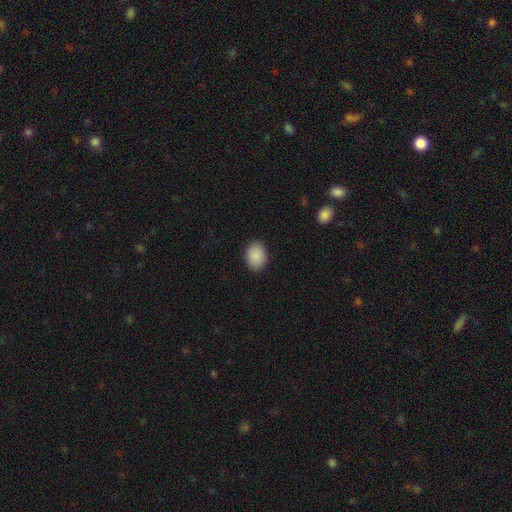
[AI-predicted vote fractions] Smooth or featured? Predicted: smooth (p=0.89). How rounded? Predicted: in between (p=0.69). Merging? Predicted: none (p=0.89).